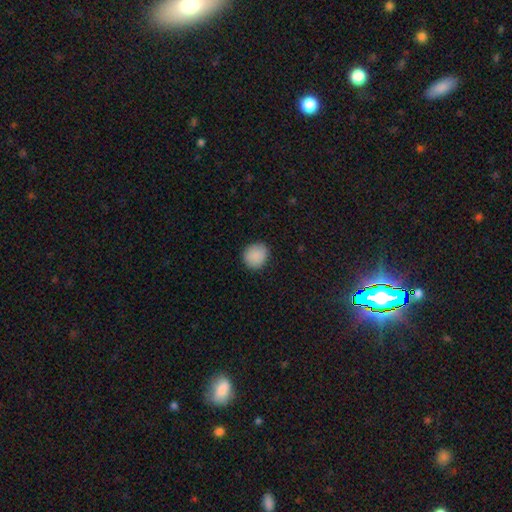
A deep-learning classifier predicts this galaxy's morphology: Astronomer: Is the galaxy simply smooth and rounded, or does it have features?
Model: smooth — 88%.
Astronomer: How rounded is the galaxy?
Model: round — 84%.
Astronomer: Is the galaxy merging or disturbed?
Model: none — 86%.